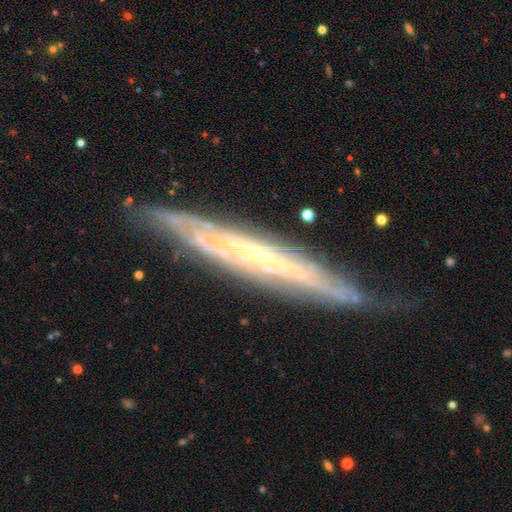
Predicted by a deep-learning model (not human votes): This is clearly a featured or disk galaxy (81%). It is likely viewed edge-on (65%). Edge-on bulge: likely none (67%). Merging: likely none (70%).